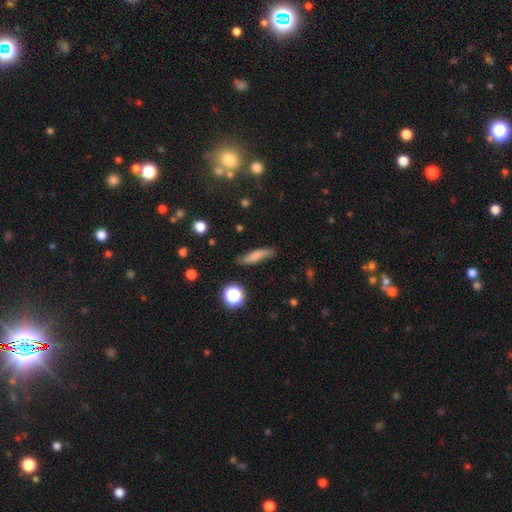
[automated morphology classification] The model was most divided on "smooth or featured": smooth: 65%, featured or disk: 25%, star or artifact: 10%. More confident: merging — none (75%); how rounded — cigar-shaped (69%).